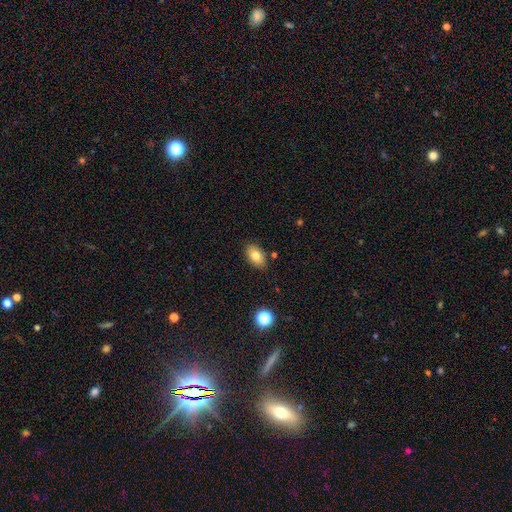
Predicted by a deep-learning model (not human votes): smooth 79%, featured or disk 12%, star or artifact 9%. Down the decision tree: how rounded — in between (88%); merging — none (84%).